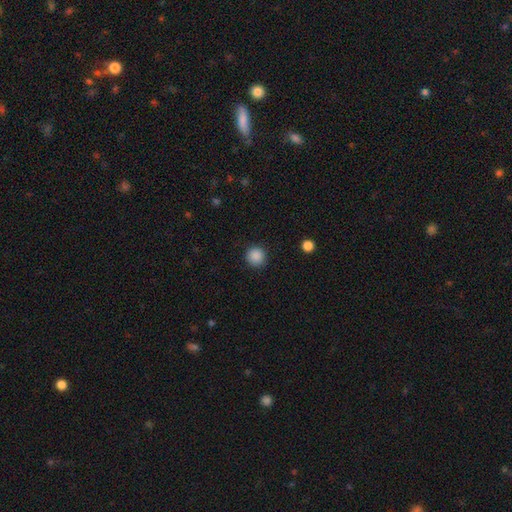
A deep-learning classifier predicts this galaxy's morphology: Q: Smooth or featured?
A: smooth (88%); runner-up: star or artifact (9%)
Q: How rounded?
A: round (94%); runner-up: in between (5%)
Q: Merging?
A: none (90%); runner-up: minor disturbance (6%)